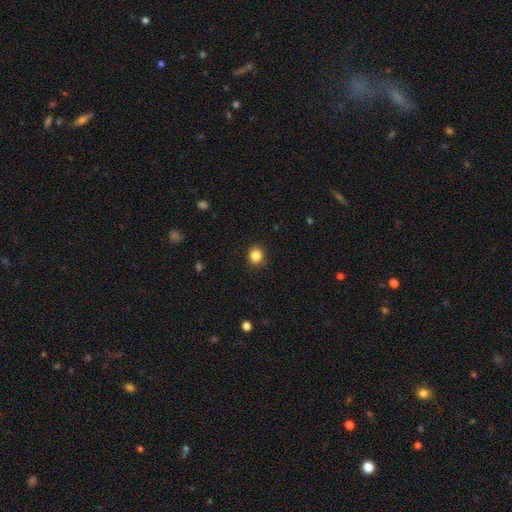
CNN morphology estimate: A smooth galaxy with no disk features (84%) that is round (75%).

Vote fractions:
- Smooth or featured? smooth: 84% / star or artifact: 11% / featured or disk: 5%
- How rounded? round: 75% / in between: 24% / cigar-shaped: 1%
- Merging? none: 90% / minor disturbance: 7% / major disturbance: 2% / merger: 1%